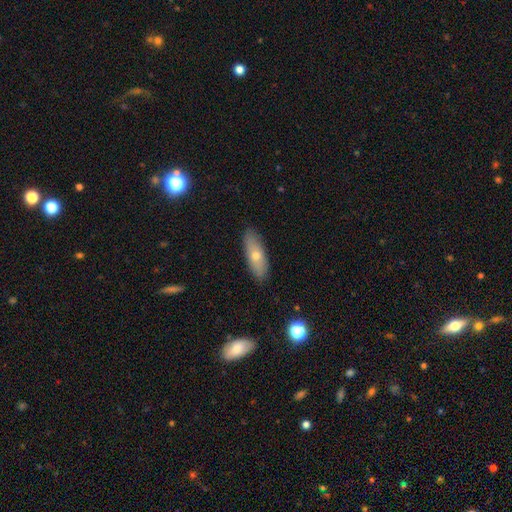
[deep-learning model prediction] Overall: smooth (60%; featured or disk 32%). How rounded: in between (51%; cigar-shaped 46%). Merging: none (87%).